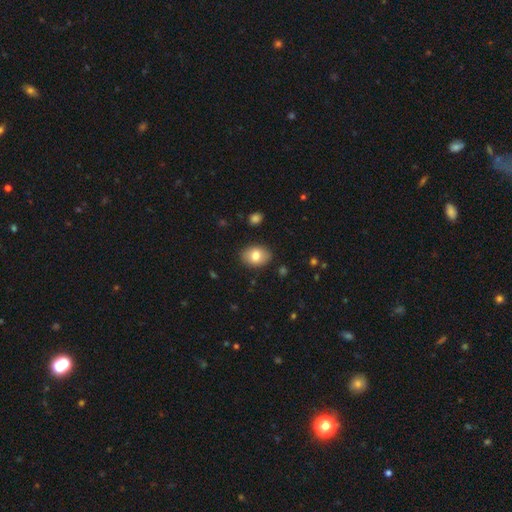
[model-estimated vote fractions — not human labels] Smooth or featured? Predicted: smooth (p=0.79). How rounded? Predicted: in between (p=0.72). Merging? Predicted: none (p=0.87).